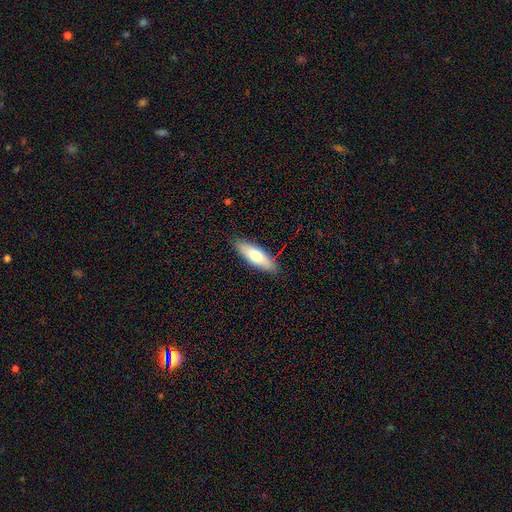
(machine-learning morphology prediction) smooth 70%, featured or disk 24%, star or artifact 6%. Down the decision tree: how rounded — in between (51%); merging — none (88%).